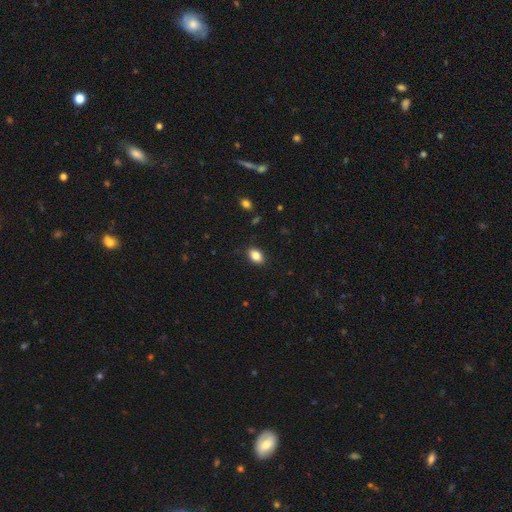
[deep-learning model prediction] Smooth or featured: smooth — 85% (star or artifact — 9%)
How rounded: in between — 86% (round — 13%)
Merging: none — 86% (minor disturbance — 11%)